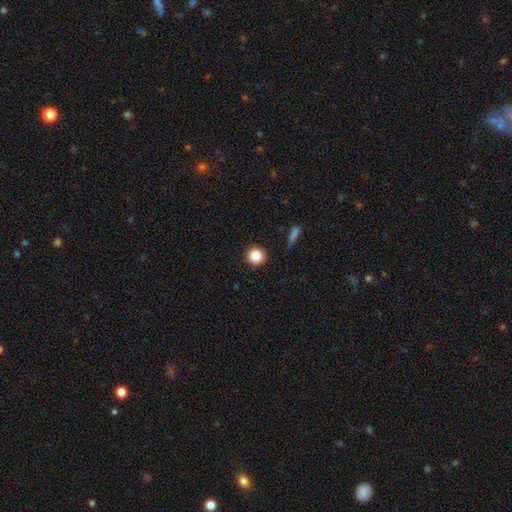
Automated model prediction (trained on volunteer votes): Smooth or featured? smooth (86%)
How rounded? round (95%)
Merging? none (91%)